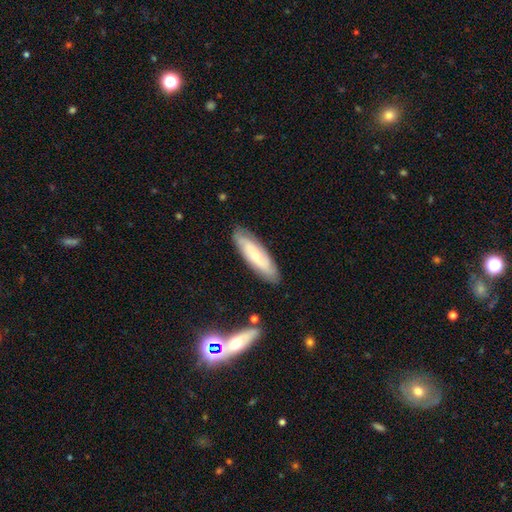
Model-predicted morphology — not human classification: Smooth or featured? Predicted: featured or disk (p=0.53). Edge-on disk? Predicted: no (p=0.68). Merging? Predicted: none (p=0.83).